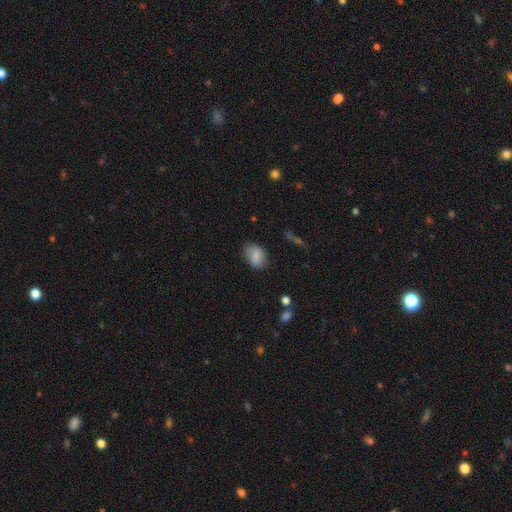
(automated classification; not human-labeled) A smooth galaxy with no disk features (85%) that is in between round and cigar-shaped (79%). Merging: none (76%).